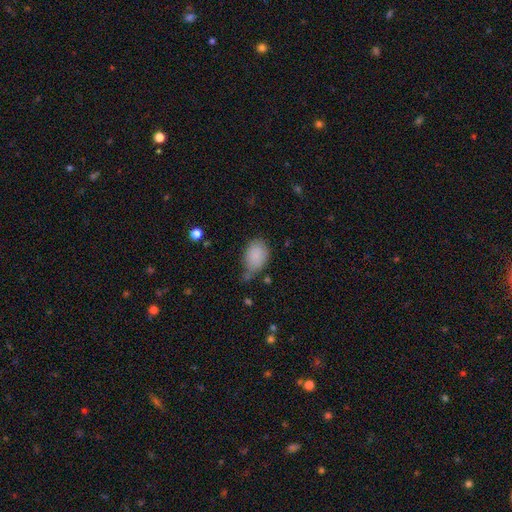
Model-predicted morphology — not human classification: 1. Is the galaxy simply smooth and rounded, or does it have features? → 85% smooth, 8% star or artifact, 6% featured or disk.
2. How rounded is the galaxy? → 76% in between, 23% round, 1% cigar-shaped.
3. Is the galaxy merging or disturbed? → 44% none, 37% minor disturbance, 13% major disturbance, 6% merger.